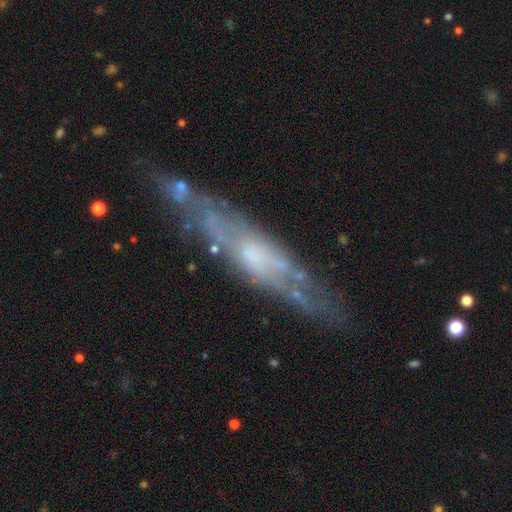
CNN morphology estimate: A featured or disk galaxy (72%) viewed edge-on (57%).

Vote fractions:
- Smooth or featured? featured or disk: 72% / smooth: 21% / star or artifact: 7%
- Edge-on disk? yes: 57% / no: 43%
- Merging? none: 68% / minor disturbance: 20% / major disturbance: 8% / merger: 4%